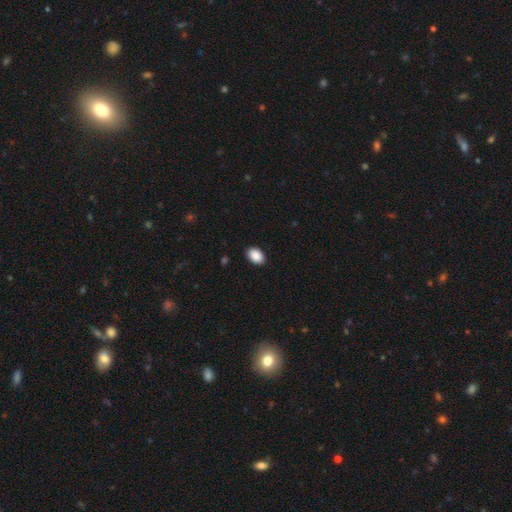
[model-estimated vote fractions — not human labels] Morphology: type=smooth (90%); roundness=in between (86%); merging=none (89%).